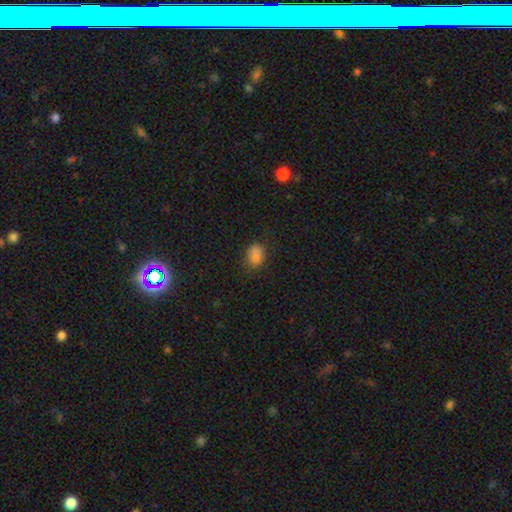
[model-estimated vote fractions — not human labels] Smooth or featured: smooth — 81% (star or artifact — 13%)
How rounded: in between — 66% (round — 32%)
Merging: none — 71% (minor disturbance — 20%)